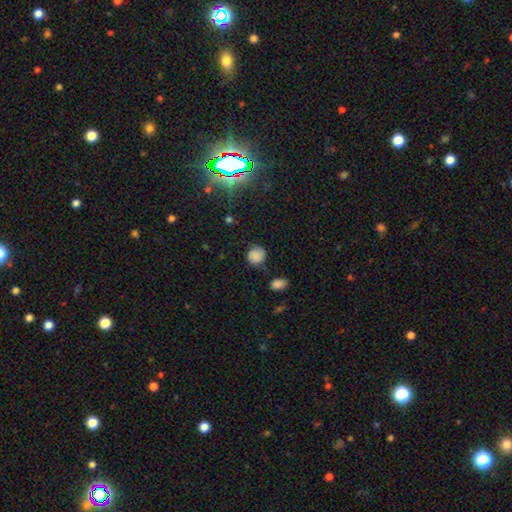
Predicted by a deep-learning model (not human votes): smooth_or_featured: smooth (p=0.82) [alt: star or artifact p=0.11]
how_rounded: round (p=0.87) [alt: in between p=0.12]
merging: none (p=0.74) [alt: minor disturbance p=0.17]